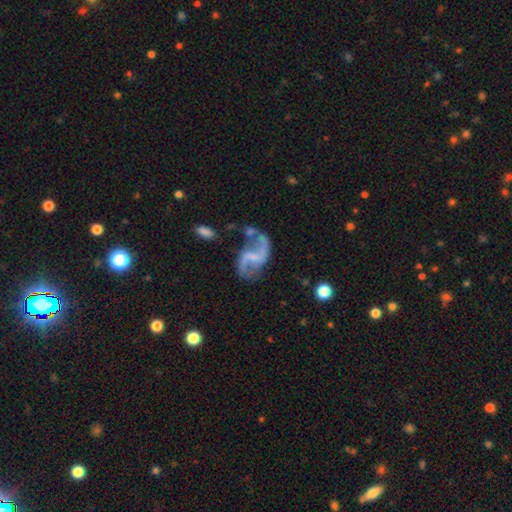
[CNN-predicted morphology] smooth_or_featured: featured or disk (p=0.88) [alt: smooth p=0.06]
disk_edge_on: no (p=0.98) [alt: yes p=0.02]
bar: weak (p=0.48) [alt: no p=0.29]
has_spiral_arms: yes (p=0.95) [alt: no p=0.05]
spiral_winding: loose (p=0.75) [alt: medium p=0.21]
spiral_arm_count: 2 (p=0.92) [alt: 1 p=0.03]
bulge_size: none (p=0.49) [alt: small p=0.36]
merging: none (p=0.60) [alt: minor disturbance p=0.19]